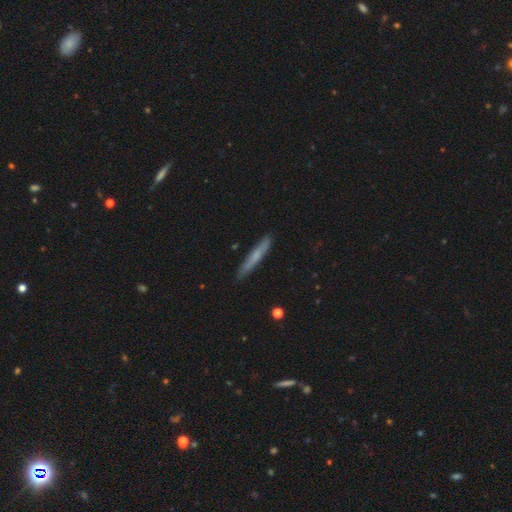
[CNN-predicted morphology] The model was most divided on "smooth or featured": smooth: 57%, featured or disk: 37%, star or artifact: 7%. More confident: how rounded — cigar-shaped (95%); merging — none (88%).